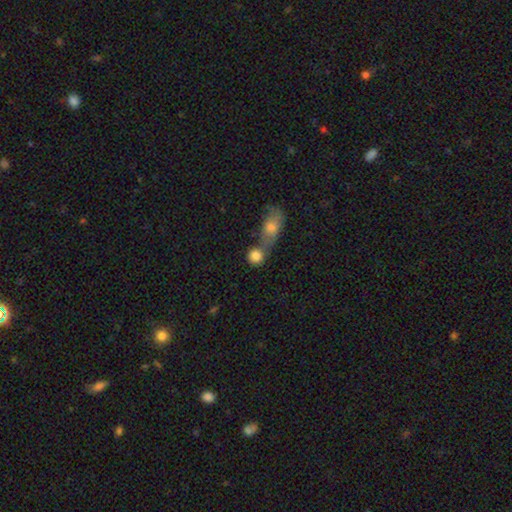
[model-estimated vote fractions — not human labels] Morphology: type=smooth (84%); roundness=round (82%); merging=merger (47%).